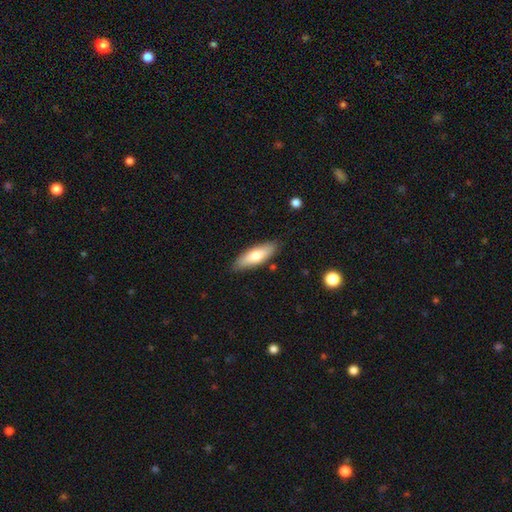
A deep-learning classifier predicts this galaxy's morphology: Smooth or featured?
  - smooth: 69% *
  - featured or disk: 25%
  - star or artifact: 6%
How rounded?
  - in between: 56% *
  - cigar-shaped: 42%
  - round: 2%
Merging?
  - none: 86% *
  - minor disturbance: 10%
  - major disturbance: 2%
  - merger: 2%